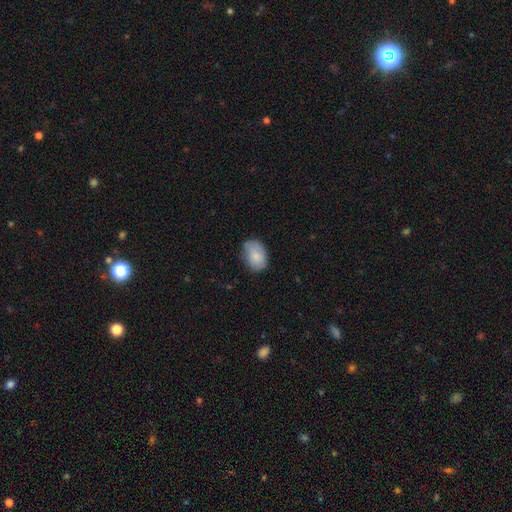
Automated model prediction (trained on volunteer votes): smooth 77%, featured or disk 16%, star or artifact 7%. Down the decision tree: how rounded — in between (81%); merging — none (60%).